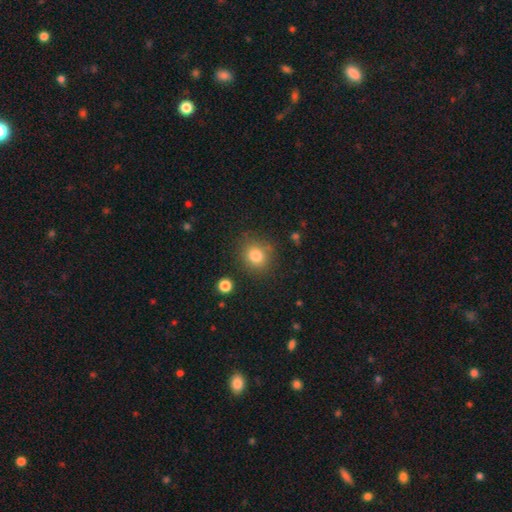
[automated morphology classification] This appears to be a smooth galaxy with no disk features (82%) that is round (80%). Merging: none (82%).